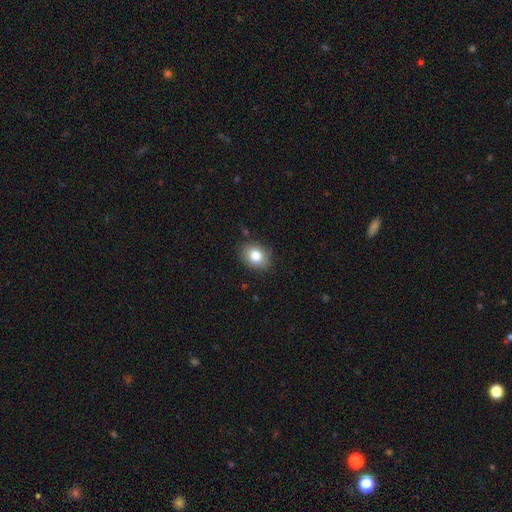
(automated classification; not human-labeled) Smooth or featured: smooth — 82% (star or artifact — 9%)
How rounded: in between — 60% (round — 39%)
Merging: none — 85% (minor disturbance — 11%)